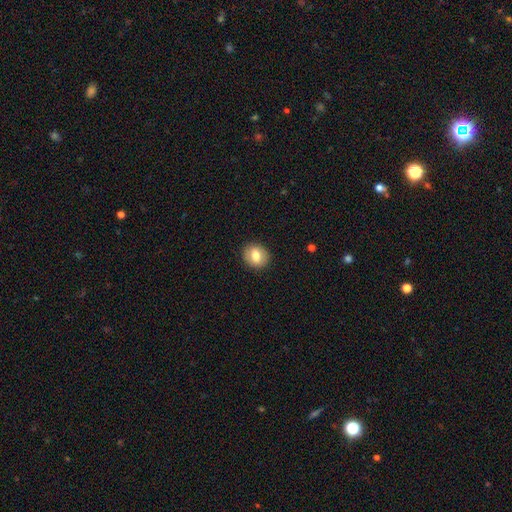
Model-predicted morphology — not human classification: This appears to be a smooth galaxy with no disk features (74%) that is round (66%). Merging: none (89%).